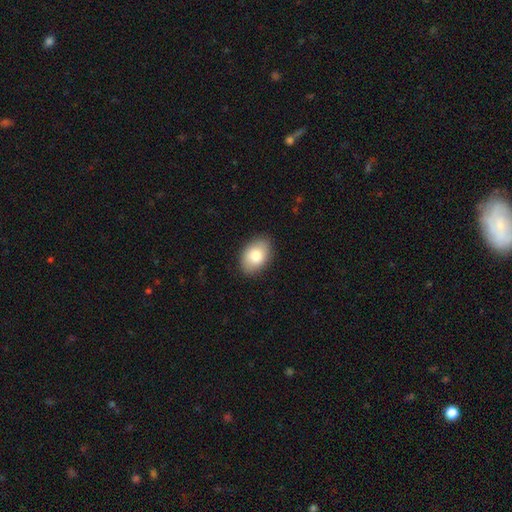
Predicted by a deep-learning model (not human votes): A smooth galaxy with no disk features (82%) that is in between round and cigar-shaped (88%). Merging: none (86%).